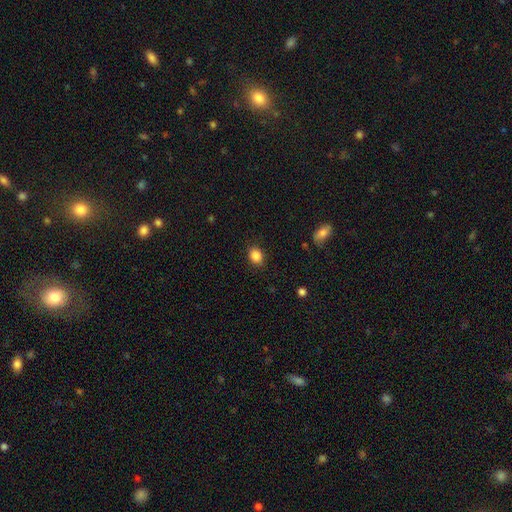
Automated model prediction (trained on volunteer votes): Smooth or featured? Predicted: smooth (p=0.86). How rounded? Predicted: in between (p=0.56). Merging? Predicted: none (p=0.87).